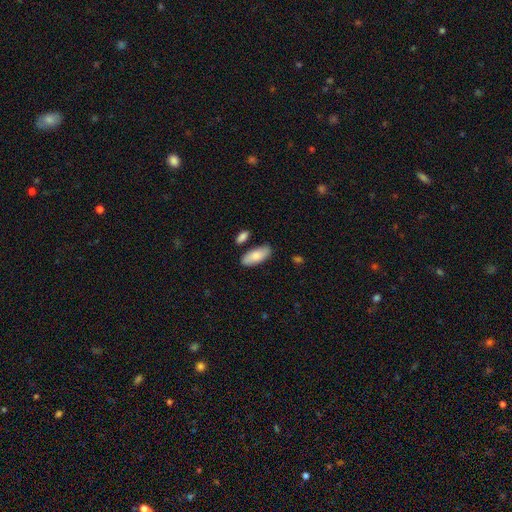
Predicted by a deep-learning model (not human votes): A smooth galaxy with no disk features (85%) that is in between round and cigar-shaped (86%). Merging: none (79%).